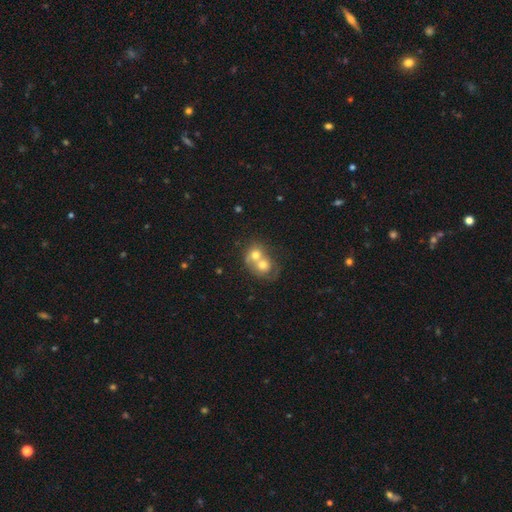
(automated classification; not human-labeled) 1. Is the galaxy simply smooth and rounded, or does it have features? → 54% smooth, 35% featured or disk, 11% star or artifact.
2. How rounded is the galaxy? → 66% round, 33% in between, 1% cigar-shaped.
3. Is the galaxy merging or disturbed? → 76% merger, 16% none, 5% minor disturbance, 3% major disturbance.